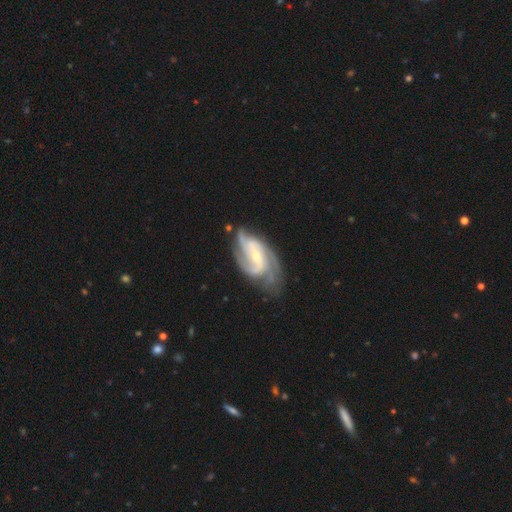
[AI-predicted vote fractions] Overall: featured or disk (90%). Edge-on disk: no (97%). Bar: weak (43%; no 36%). Spiral arms: yes (98%). Spiral arm count: 3 (43%; 2 24%). Spiral winding: medium (48%; tight 39%). Bulge size: small (59%; moderate 36%). Merging: none (64%).